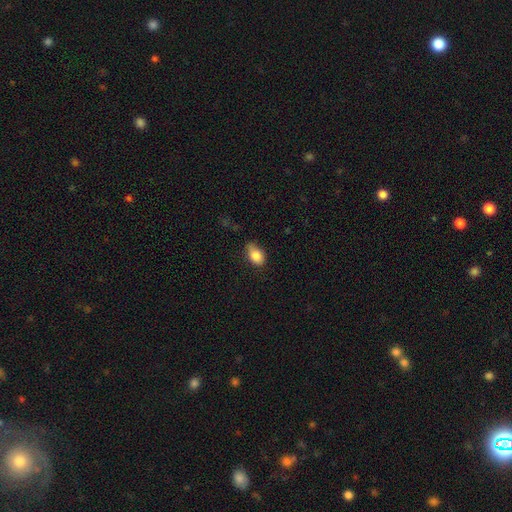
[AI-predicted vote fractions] Smooth or featured? smooth (85%)
How rounded? in between (85%)
Merging? none (60%)